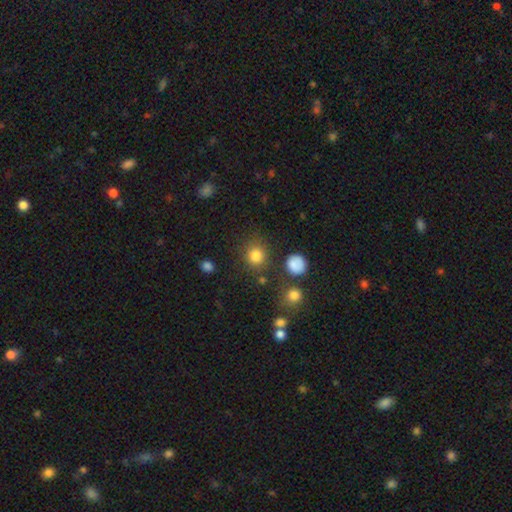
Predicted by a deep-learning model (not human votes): smooth_or_featured: smooth (p=0.82) [alt: star or artifact p=0.13]
how_rounded: round (p=0.87) [alt: in between p=0.12]
merging: none (p=0.81) [alt: minor disturbance p=0.10]